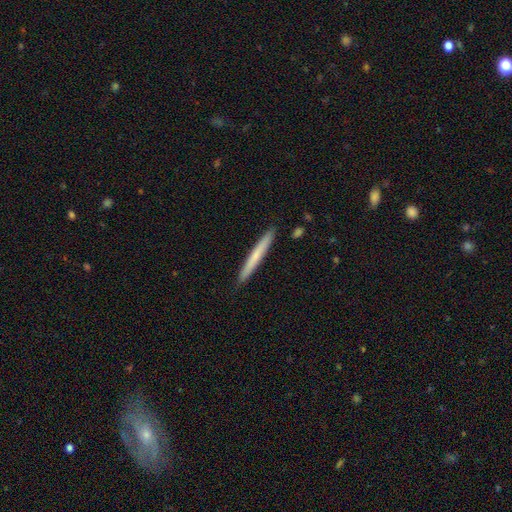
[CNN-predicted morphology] The model was most divided on "smooth or featured": smooth: 61%, featured or disk: 34%, star or artifact: 5%. More confident: how rounded — cigar-shaped (97%); merging — none (92%).